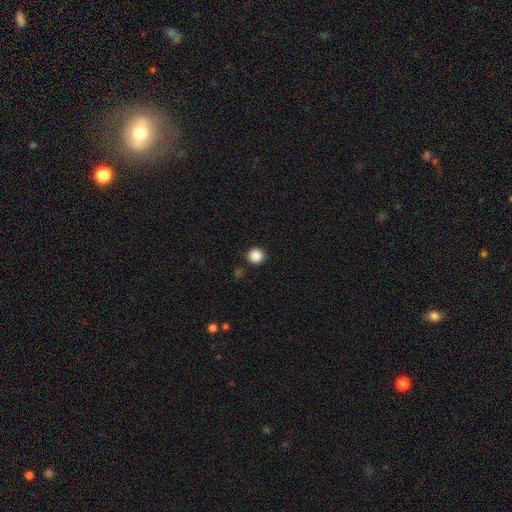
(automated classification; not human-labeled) A smooth galaxy with no disk features (87%) that is round (95%).

Vote fractions:
- Smooth or featured? smooth: 87% / star or artifact: 10% / featured or disk: 3%
- How rounded? round: 95% / in between: 4% / cigar-shaped: 1%
- Merging? none: 91% / minor disturbance: 5% / major disturbance: 2% / merger: 2%